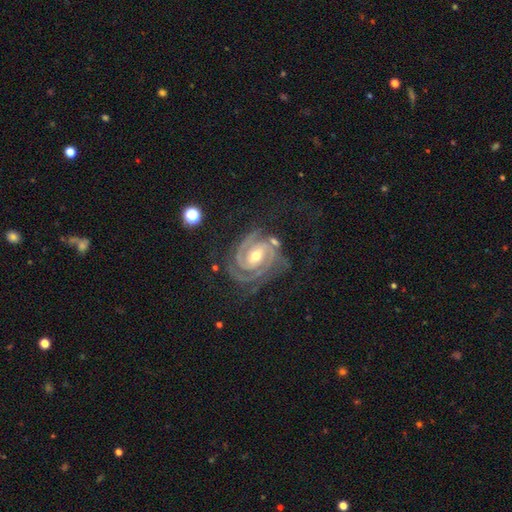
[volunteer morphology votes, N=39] Volunteers were most divided on "bulge size": moderate: 56%, small: 38%, large: 3%, none: 3%, dominant: 0%. Remaining: smooth or featured — featured or disk (100%); edge-on disk — no (100%); spiral arms — yes (97%); spiral arm count — 2 (84%); spiral winding — tight (74%); bar — weak (64%); merging — none (46%).